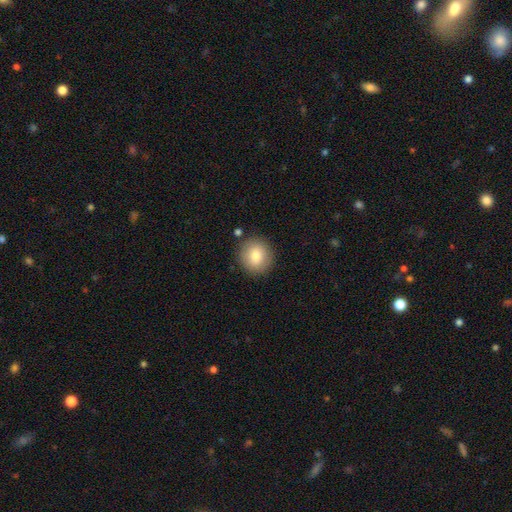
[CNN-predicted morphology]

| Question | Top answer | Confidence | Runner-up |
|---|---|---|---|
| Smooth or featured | smooth | 81% | featured or disk (10%) |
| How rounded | round | 89% | in between (10%) |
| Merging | none | 87% | minor disturbance (8%) |